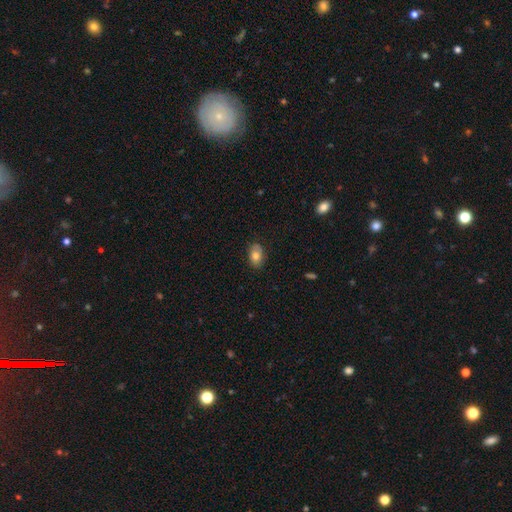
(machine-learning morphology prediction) type=smooth (77%); roundness=in between (87%); merging=none (82%).